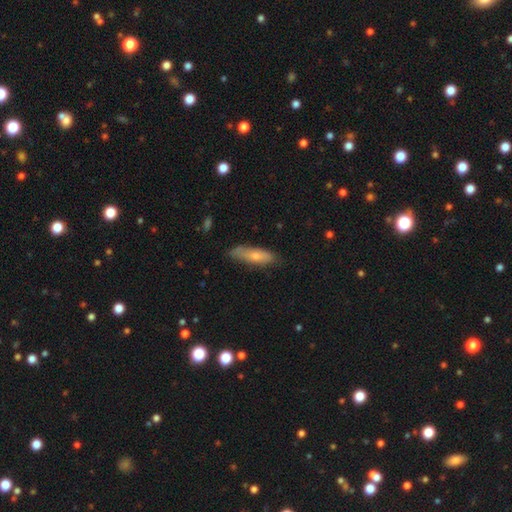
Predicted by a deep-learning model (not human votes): This appears to be a smooth galaxy with no disk features (69%) that is cigar-shaped (56%). Merging: none (69%).